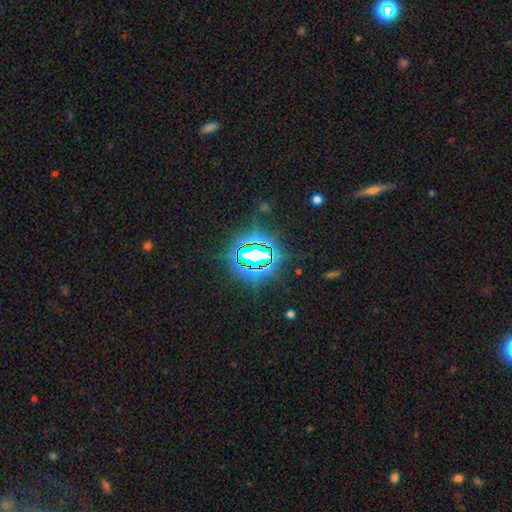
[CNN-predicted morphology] The model was most divided on "smooth or featured": star or artifact: 79%, smooth: 11%, featured or disk: 10%.